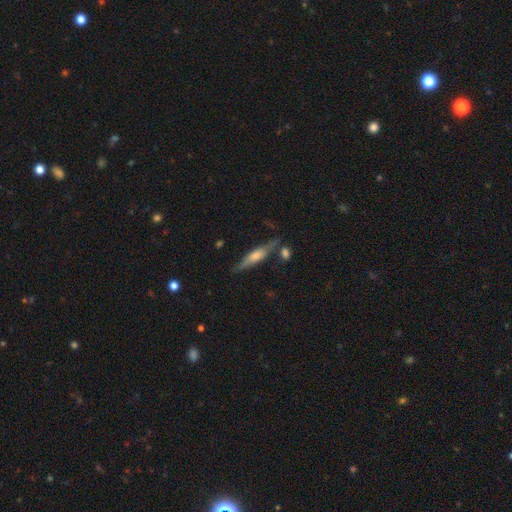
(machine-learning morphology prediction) Overall: featured or disk (62%; smooth 30%). Edge-on disk: yes (93%). Edge-on bulge: rounded (72%). Merging: none (75%).